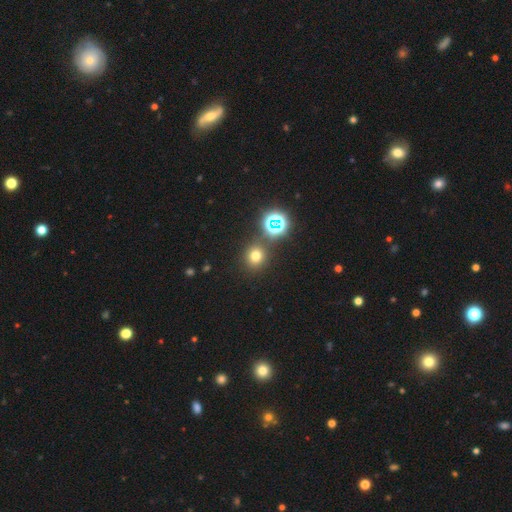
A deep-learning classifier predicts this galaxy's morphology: smooth 66%, star or artifact 27%, featured or disk 7%. Down the decision tree: how rounded — round (86%); merging — none (81%).